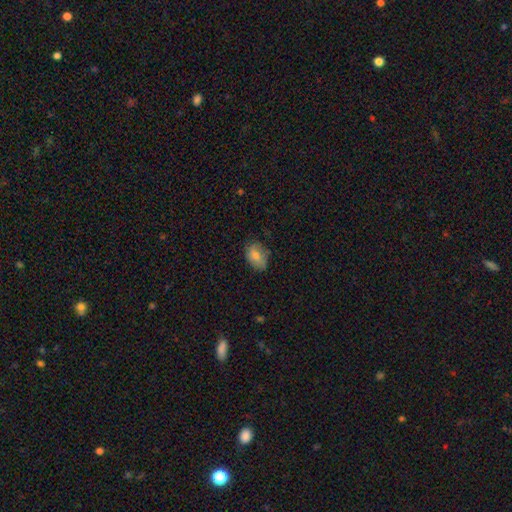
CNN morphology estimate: Overall: smooth (79%). How rounded: in between (83%). Merging: none (69%).